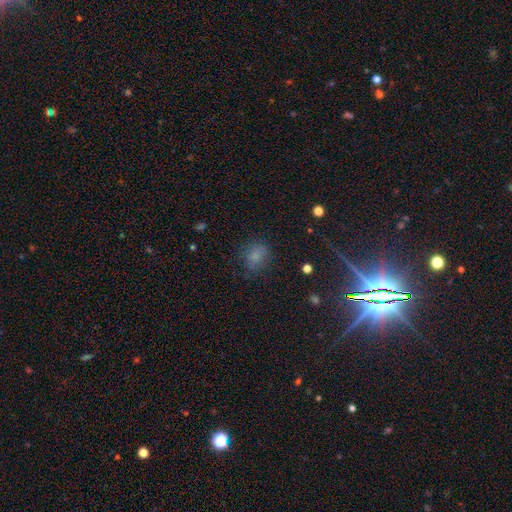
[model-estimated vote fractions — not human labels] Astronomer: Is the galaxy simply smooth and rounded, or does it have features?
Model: smooth — 72%.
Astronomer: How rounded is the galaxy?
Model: in between — 50% (runner-up: round, 48%).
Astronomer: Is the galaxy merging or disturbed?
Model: none — 67%.